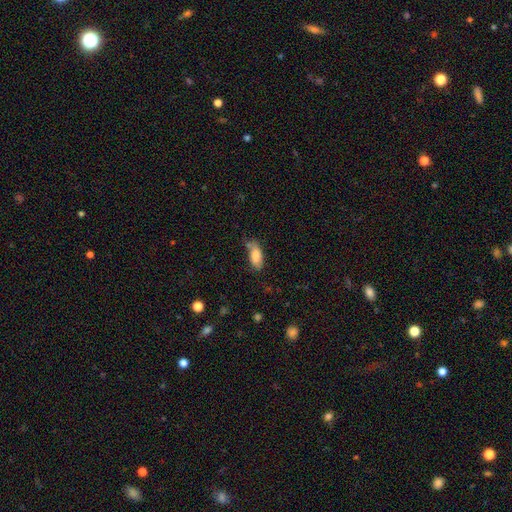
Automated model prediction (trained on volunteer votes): The model was most divided on "merging": none: 56%, minor disturbance: 29%, major disturbance: 8%, merger: 8%. More confident: how rounded — in between (84%); smooth or featured — smooth (82%).